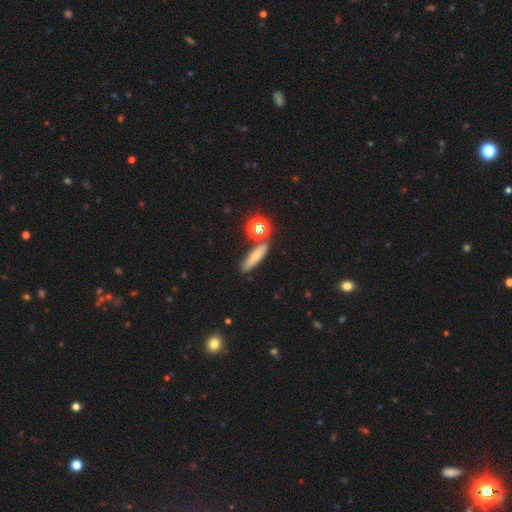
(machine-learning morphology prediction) smooth-or-featured: smooth: 68% | star or artifact: 16% | featured or disk: 16%
  how-rounded: cigar-shaped: 64% | in between: 25% | round: 11%
  merging: none: 77% | minor disturbance: 11% | merger: 8% | major disturbance: 4%